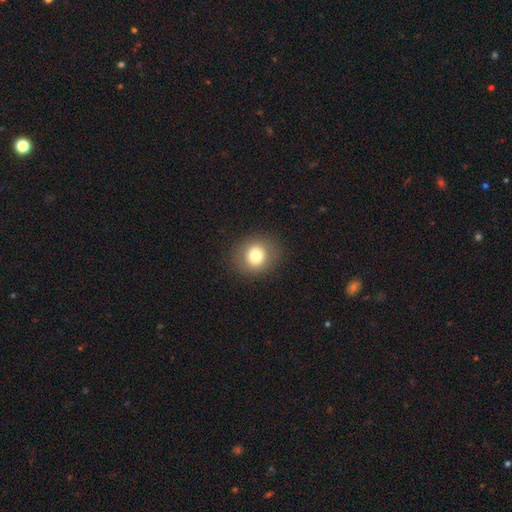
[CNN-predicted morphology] This is likely a smooth galaxy (76%). How rounded: clearly round (80%). Merging: clearly none (88%).